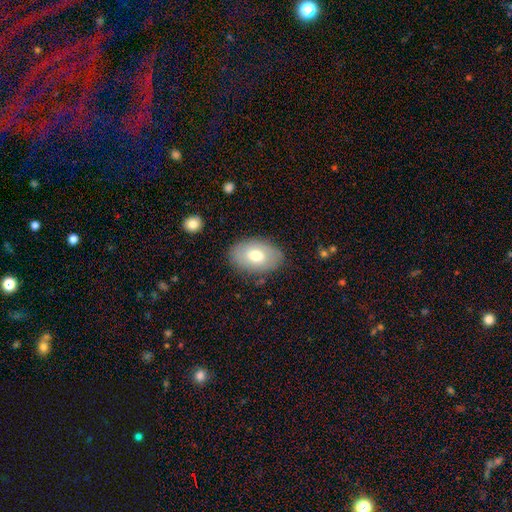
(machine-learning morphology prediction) Smooth or featured? smooth (68%)
How rounded? in between (90%)
Merging? none (82%)